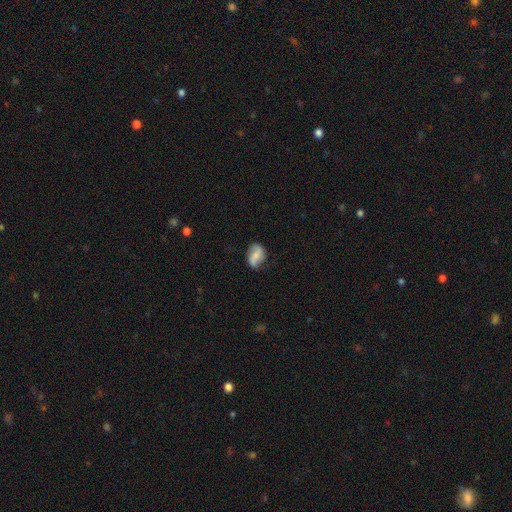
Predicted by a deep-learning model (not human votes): Smooth or featured?
  - featured or disk: 51% *
  - smooth: 41%
  - star or artifact: 8%
Edge-on disk?
  - no: 96% *
  - yes: 4%
Merging?
  - none: 70% *
  - minor disturbance: 23%
  - major disturbance: 6%
  - merger: 2%